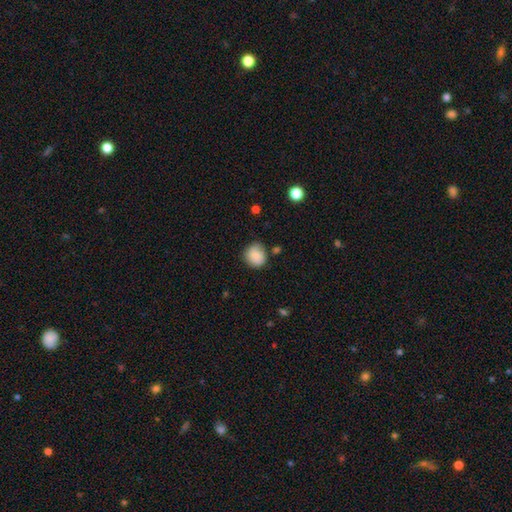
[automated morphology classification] type=smooth (83%); roundness=round (81%); merging=none (74%).